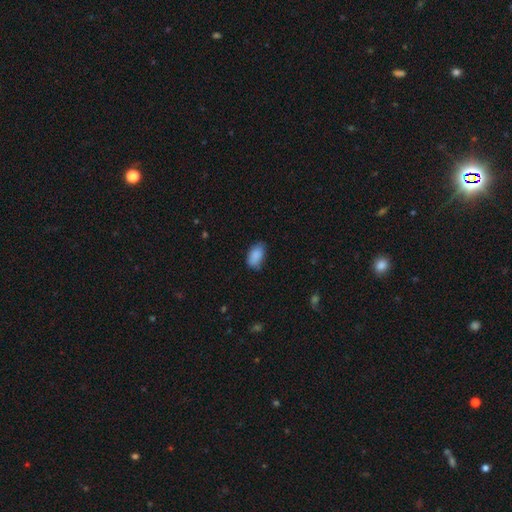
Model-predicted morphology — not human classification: The model was most divided on "merging": none: 69%, minor disturbance: 25%, major disturbance: 4%, merger: 1%. More confident: how rounded — in between (92%); smooth or featured — smooth (88%).